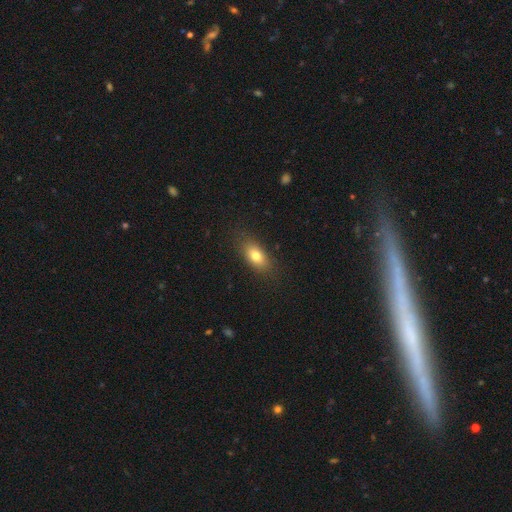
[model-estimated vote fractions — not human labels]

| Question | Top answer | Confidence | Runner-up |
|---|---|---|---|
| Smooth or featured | smooth | 77% | featured or disk (14%) |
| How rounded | in between | 83% | round (9%) |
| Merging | none | 83% | minor disturbance (12%) |